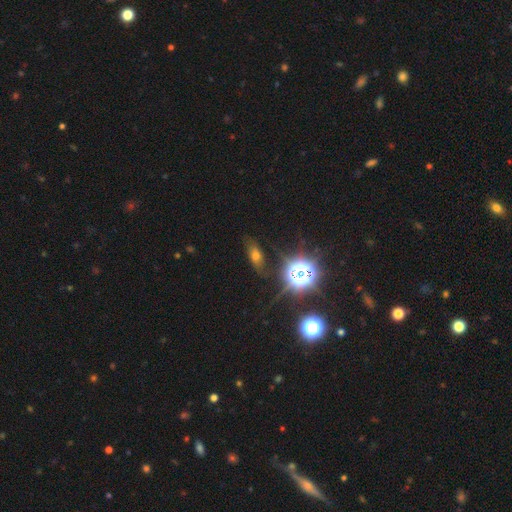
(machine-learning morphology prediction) Overall: smooth (42%; star or artifact 36%). Merging: none (75%).